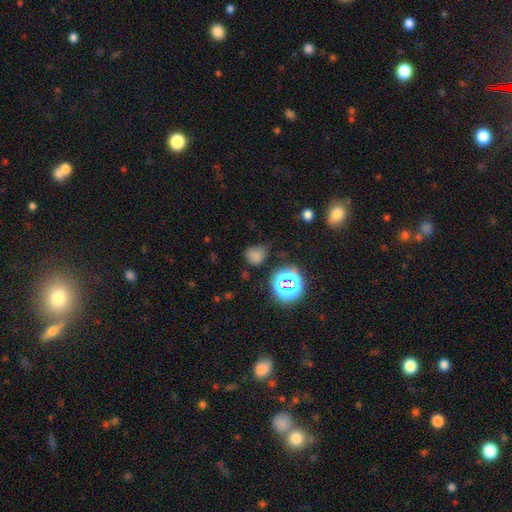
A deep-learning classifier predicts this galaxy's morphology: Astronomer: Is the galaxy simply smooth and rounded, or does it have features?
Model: smooth — 69%.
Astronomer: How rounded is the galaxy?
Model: round — 77%.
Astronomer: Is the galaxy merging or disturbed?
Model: none — 63%.